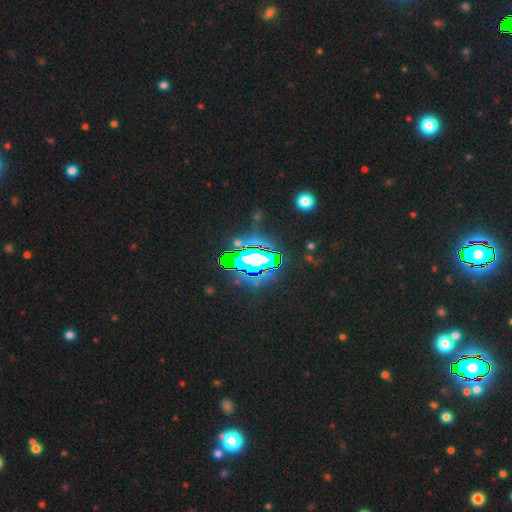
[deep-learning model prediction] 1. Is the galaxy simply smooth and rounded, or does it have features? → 73% star or artifact, 15% featured or disk, 12% smooth.